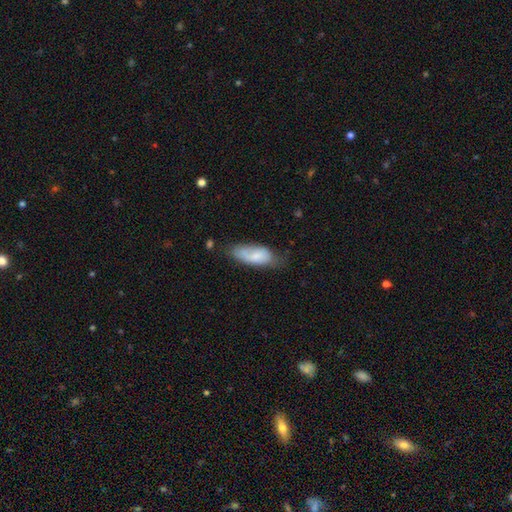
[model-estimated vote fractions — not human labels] Smooth or featured: smooth — 72% (featured or disk — 21%)
How rounded: in between — 81% (cigar-shaped — 17%)
Merging: none — 52% (minor disturbance — 33%)